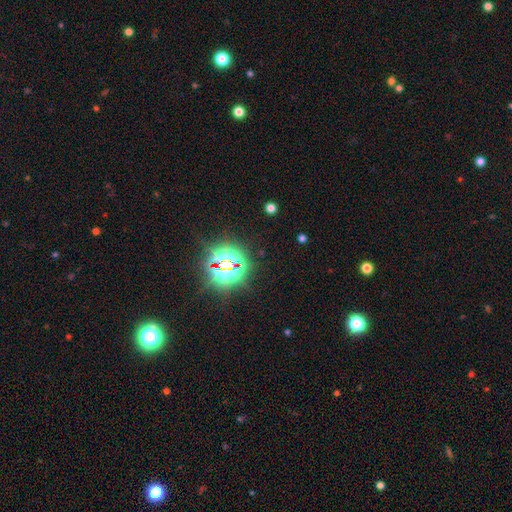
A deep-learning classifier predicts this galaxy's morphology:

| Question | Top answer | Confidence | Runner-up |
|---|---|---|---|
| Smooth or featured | star or artifact | 80% | smooth (15%) |